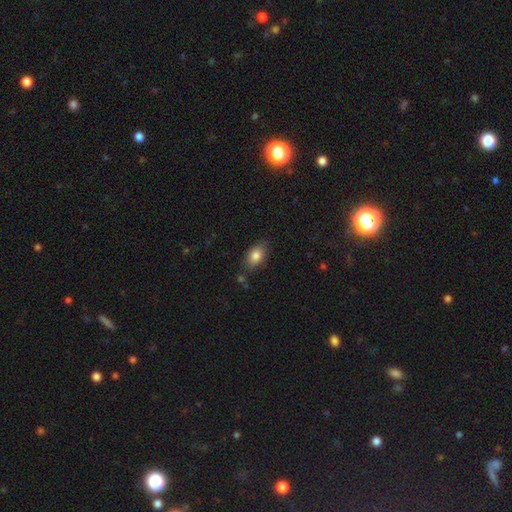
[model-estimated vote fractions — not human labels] Morphology: type=smooth (82%); roundness=in between (86%); merging=none (76%).